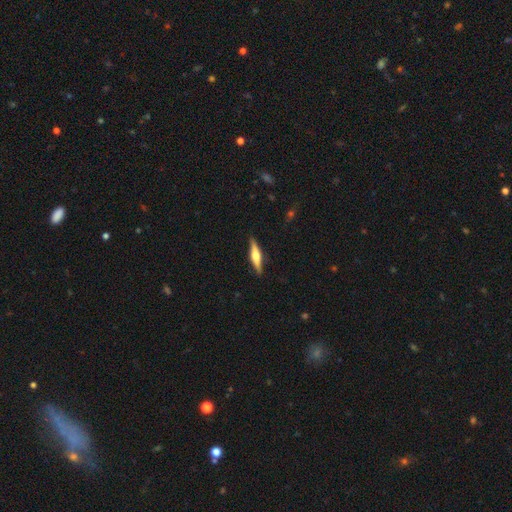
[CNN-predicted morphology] Overall: featured or disk (62%; smooth 33%). Edge-on disk: yes (97%). Edge-on bulge: rounded (90%). Merging: none (89%).